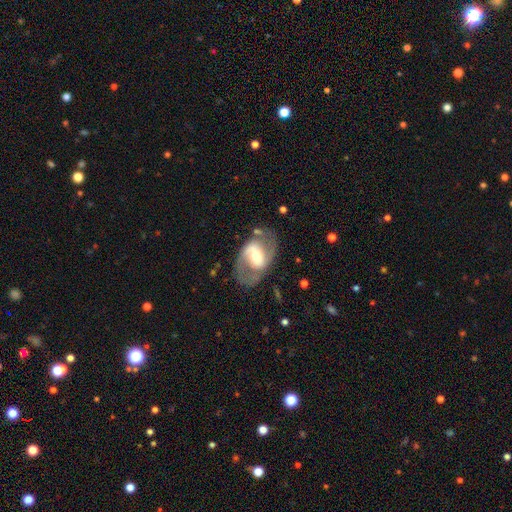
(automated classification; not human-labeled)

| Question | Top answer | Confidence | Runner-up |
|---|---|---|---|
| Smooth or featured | featured or disk | 78% | smooth (17%) |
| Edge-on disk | no | 96% | yes (4%) |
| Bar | weak | 41% | strong (35%) |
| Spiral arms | yes | 82% | no (18%) |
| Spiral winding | medium | 51% | loose (29%) |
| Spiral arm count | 2 | 85% | can't tell (8%) |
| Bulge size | moderate | 59% | small (23%) |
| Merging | none | 68% | minor disturbance (17%) |